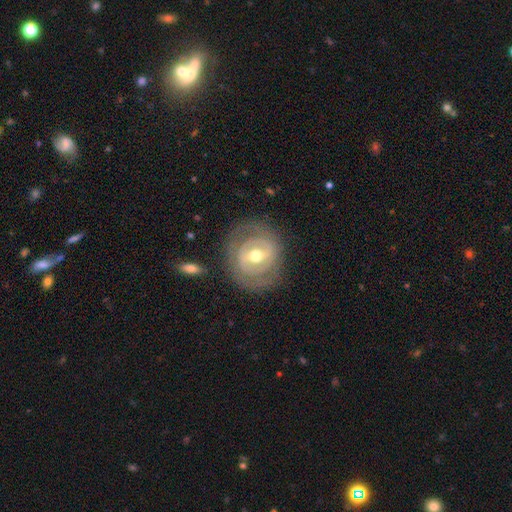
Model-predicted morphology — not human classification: The model was most divided on "bar": weak: 41%, strong: 32%, no: 27%. More confident: edge-on disk — no (96%); merging — none (77%); smooth or featured — featured or disk (76%); bulge size — moderate (75%); spiral arms — yes (57%).